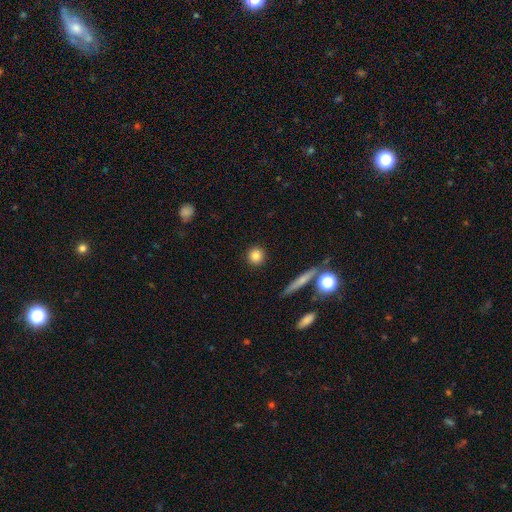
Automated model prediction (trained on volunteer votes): smooth-or-featured: smooth: 83% | star or artifact: 9% | featured or disk: 8%
  how-rounded: round: 92% | in between: 6% | cigar-shaped: 2%
  merging: none: 91% | minor disturbance: 5% | merger: 2% | major disturbance: 2%